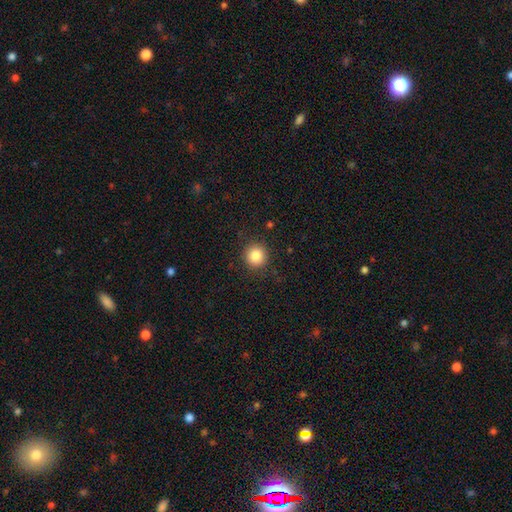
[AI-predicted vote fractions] smooth 85%, star or artifact 10%, featured or disk 5%. Down the decision tree: how rounded — round (94%); merging — none (90%).